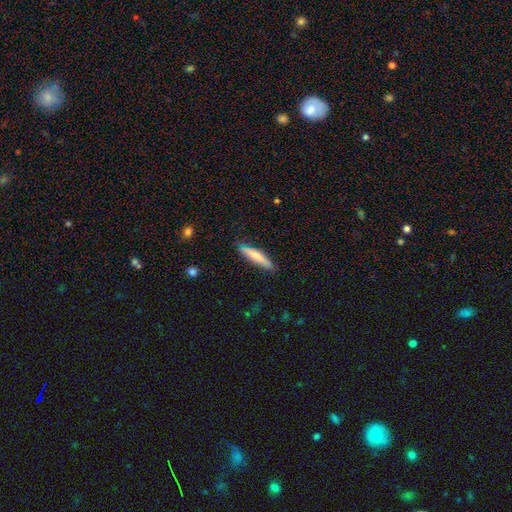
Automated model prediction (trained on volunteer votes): Overall: smooth (70%). How rounded: cigar-shaped (81%). Merging: none (82%).